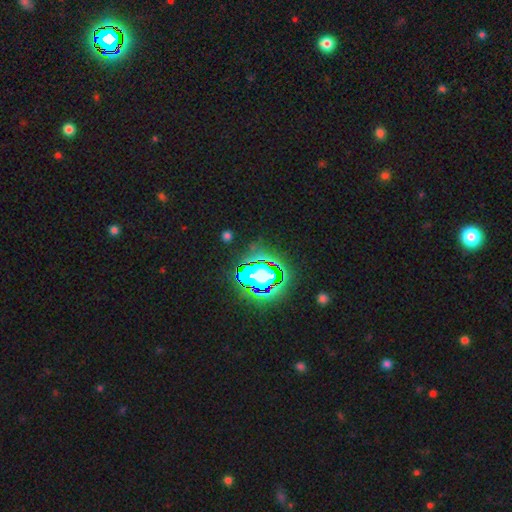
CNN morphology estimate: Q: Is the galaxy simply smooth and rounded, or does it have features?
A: star or artifact — 81%.